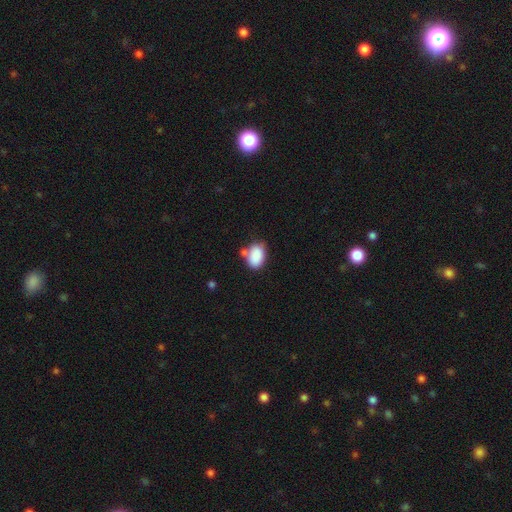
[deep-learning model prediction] smooth_or_featured: smooth (p=0.87) [alt: star or artifact p=0.08]
how_rounded: in between (p=0.84) [alt: round p=0.14]
merging: none (p=0.57) [alt: minor disturbance p=0.21]